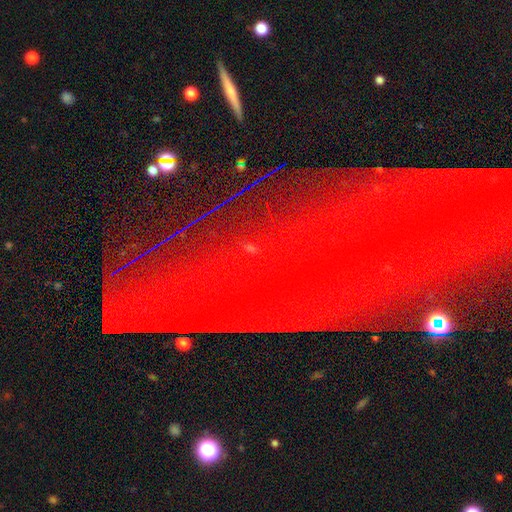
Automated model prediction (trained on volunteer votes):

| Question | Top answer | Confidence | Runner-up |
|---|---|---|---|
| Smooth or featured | star or artifact | 61% | featured or disk (27%) |